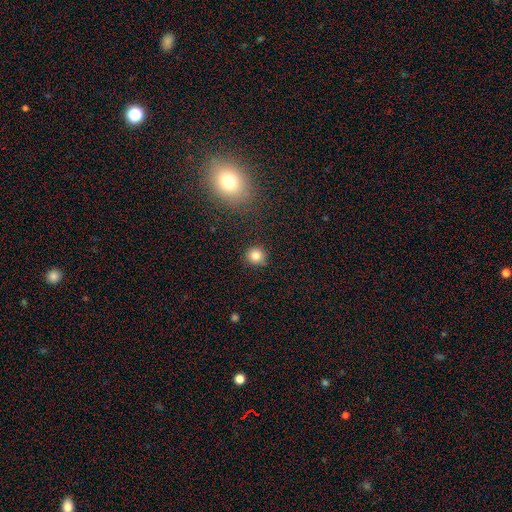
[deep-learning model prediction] Smooth or featured? Predicted: smooth (p=0.82). How rounded? Predicted: round (p=0.91). Merging? Predicted: none (p=0.87).